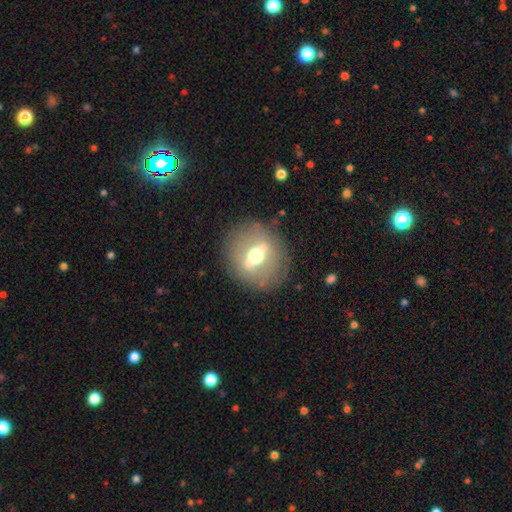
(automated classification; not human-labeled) featured or disk 69%, smooth 23%, star or artifact 8%. Down the decision tree: edge-on disk — no (57%); merging — none (84%).